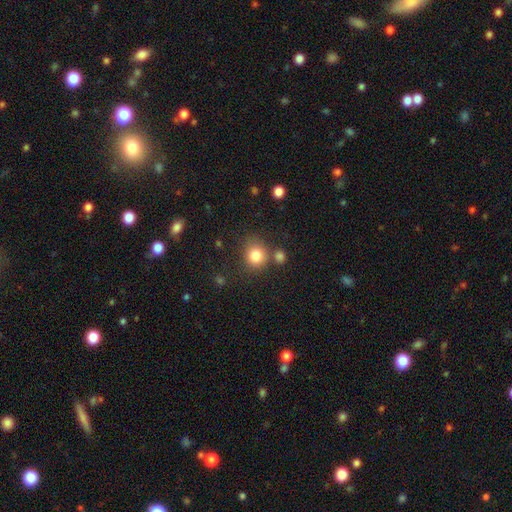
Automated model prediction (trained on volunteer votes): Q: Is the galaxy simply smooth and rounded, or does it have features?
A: smooth — 82%.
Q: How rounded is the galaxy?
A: round — 83%.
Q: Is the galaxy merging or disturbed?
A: none — 71%.